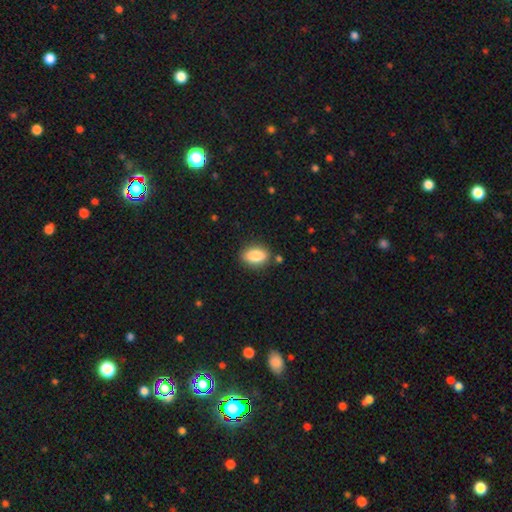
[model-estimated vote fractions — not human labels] smooth-or-featured: smooth: 85% | star or artifact: 8% | featured or disk: 7%
  how-rounded: in between: 84% | round: 14% | cigar-shaped: 2%
  merging: none: 84% | minor disturbance: 10% | merger: 3% | major disturbance: 2%